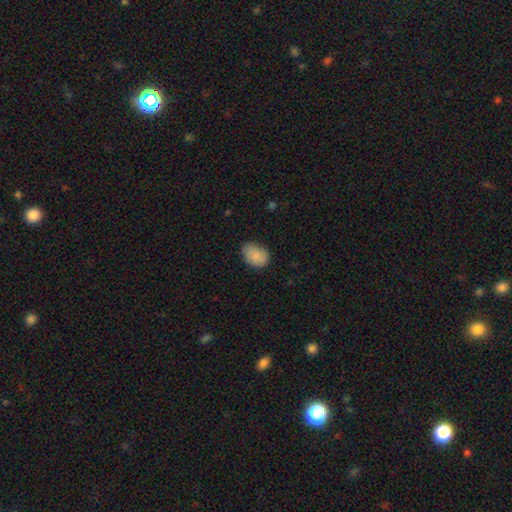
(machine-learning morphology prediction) Smooth or featured: smooth — 87% (star or artifact — 7%)
How rounded: in between — 80% (round — 19%)
Merging: none — 69% (minor disturbance — 25%)